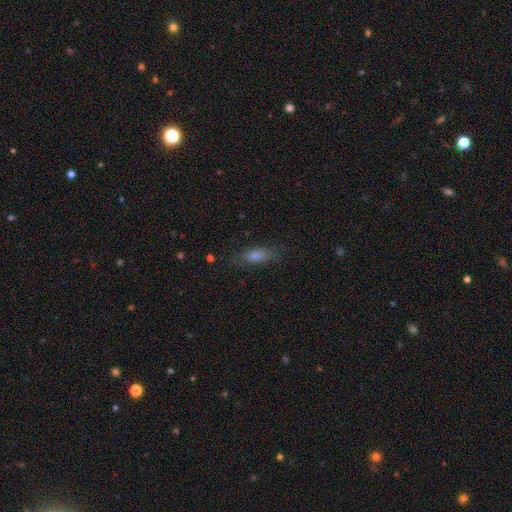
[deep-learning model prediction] Morphology: type=smooth (62%); roundness=in between (51%); merging=none (78%).